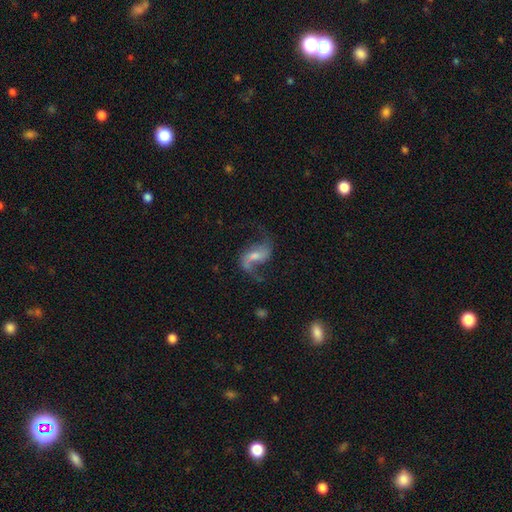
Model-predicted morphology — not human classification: Q: Smooth or featured?
A: featured or disk (83%); runner-up: smooth (10%)
Q: Edge-on disk?
A: no (97%); runner-up: yes (3%)
Q: Bar?
A: weak (47%); runner-up: strong (27%)
Q: Spiral arms?
A: yes (95%); runner-up: no (5%)
Q: Spiral winding?
A: loose (74%); runner-up: medium (22%)
Q: Spiral arm count?
A: 2 (88%); runner-up: 1 (7%)
Q: Bulge size?
A: small (44%); runner-up: moderate (41%)
Q: Merging?
A: none (66%); runner-up: minor disturbance (16%)